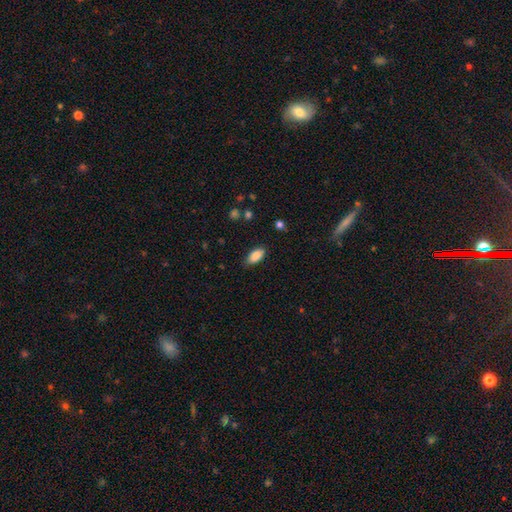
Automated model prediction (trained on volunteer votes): Smooth or featured? Predicted: smooth (p=0.88). How rounded? Predicted: in between (p=0.89). Merging? Predicted: none (p=0.82).